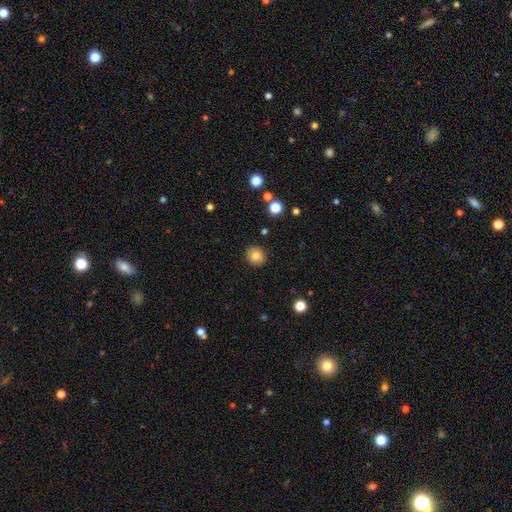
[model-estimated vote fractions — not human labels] A smooth galaxy with no disk features (81%) that is round (87%). Merging: none (90%).